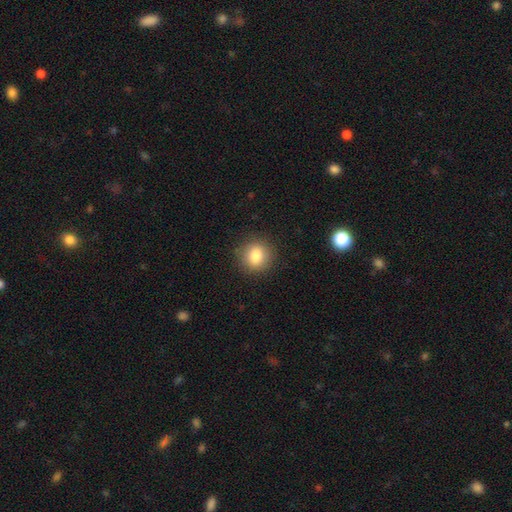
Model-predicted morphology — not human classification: The model was most divided on "smooth or featured": smooth: 82%, star or artifact: 10%, featured or disk: 8%. More confident: merging — none (89%); how rounded — round (88%).